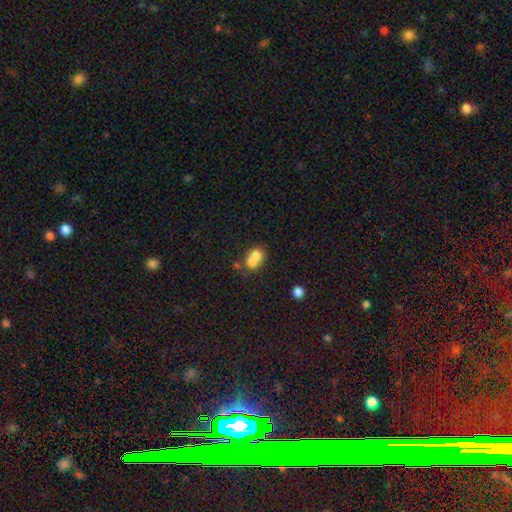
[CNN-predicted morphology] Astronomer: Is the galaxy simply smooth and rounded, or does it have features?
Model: smooth — 69%.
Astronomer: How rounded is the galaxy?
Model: round — 60% (runner-up: in between, 39%).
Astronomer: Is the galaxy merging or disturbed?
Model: merger — 66%.